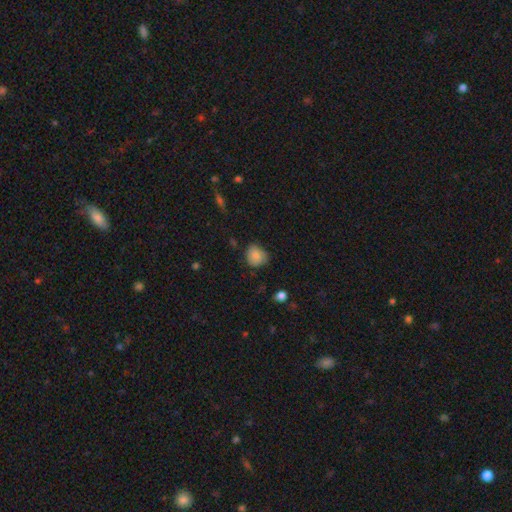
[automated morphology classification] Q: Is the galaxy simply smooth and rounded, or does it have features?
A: smooth — 80%.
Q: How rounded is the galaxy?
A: round — 72%.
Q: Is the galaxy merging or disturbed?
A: none — 61%.